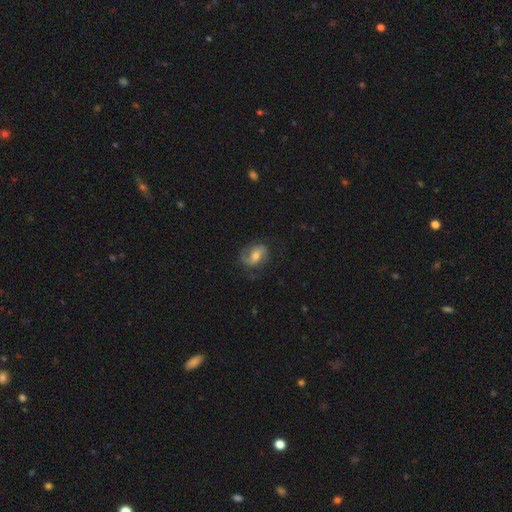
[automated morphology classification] smooth_or_featured: featured or disk (p=0.71) [alt: smooth p=0.21]
disk_edge_on: no (p=0.97) [alt: yes p=0.03]
bar: weak (p=0.44) [alt: no p=0.34]
has_spiral_arms: yes (p=0.91) [alt: no p=0.09]
spiral_winding: medium (p=0.46) [alt: loose p=0.32]
spiral_arm_count: 2 (p=0.74) [alt: 1 p=0.14]
bulge_size: moderate (p=0.61) [alt: small p=0.29]
merging: none (p=0.69) [alt: minor disturbance p=0.19]